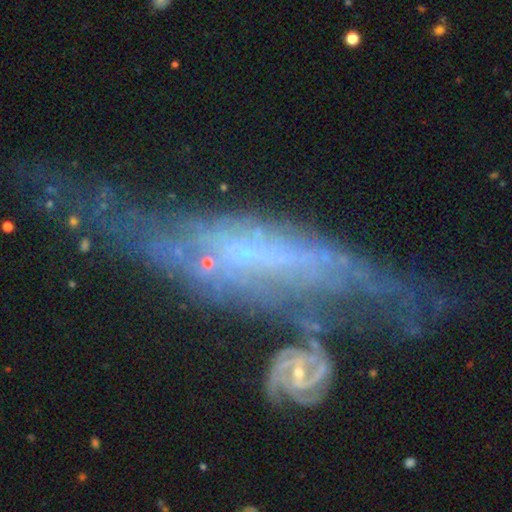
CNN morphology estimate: smooth-or-featured: featured or disk: 74% | smooth: 14% | star or artifact: 12%
  disk-edge-on: no: 52% | yes: 48%
  merging: none: 40% | minor disturbance: 20% | merger: 20% | major disturbance: 20%